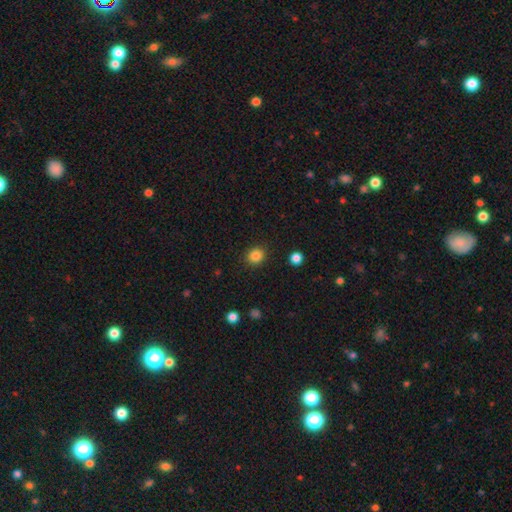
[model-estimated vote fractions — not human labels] smooth_or_featured: smooth (p=0.84) [alt: star or artifact p=0.11]
how_rounded: round (p=0.81) [alt: in between p=0.18]
merging: none (p=0.90) [alt: minor disturbance p=0.06]